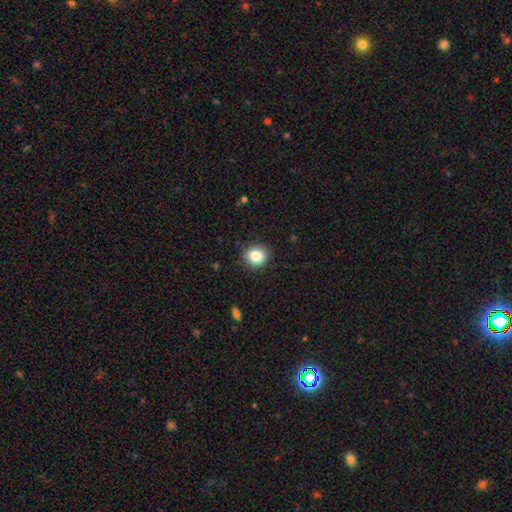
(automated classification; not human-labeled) This appears to be a smooth galaxy with no disk features (85%) that is round (82%). Merging: none (89%).